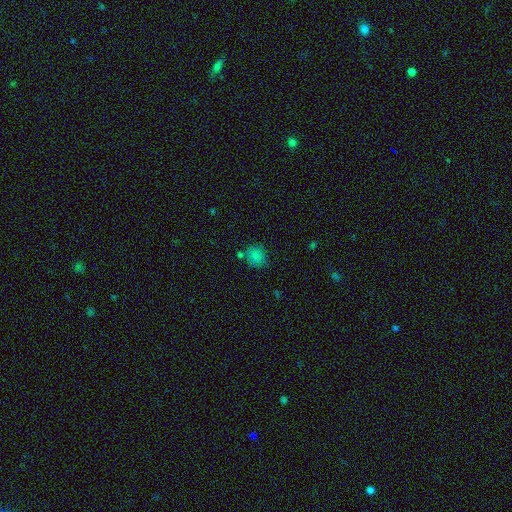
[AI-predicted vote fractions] Q: Smooth or featured?
A: smooth (80%); runner-up: star or artifact (14%)
Q: How rounded?
A: round (80%); runner-up: in between (19%)
Q: Merging?
A: none (73%); runner-up: minor disturbance (14%)